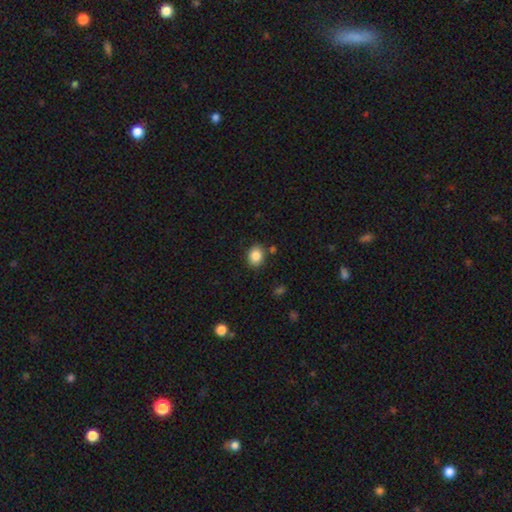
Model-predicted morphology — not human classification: Smooth or featured: smooth — 86% (star or artifact — 9%)
How rounded: in between — 54% (round — 45%)
Merging: none — 82% (minor disturbance — 11%)